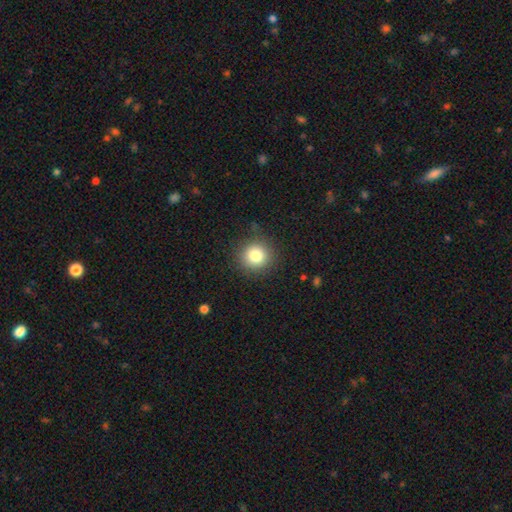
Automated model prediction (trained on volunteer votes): smooth_or_featured: smooth (p=0.82) [alt: star or artifact p=0.11]
how_rounded: round (p=0.92) [alt: in between p=0.07]
merging: none (p=0.88) [alt: minor disturbance p=0.08]